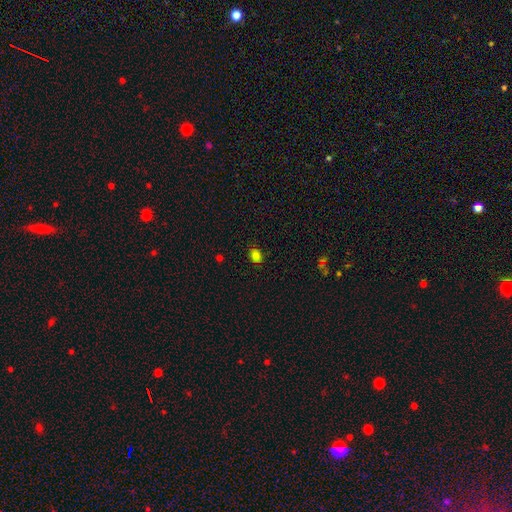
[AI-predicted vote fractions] Q: Smooth or featured?
A: smooth (82%); runner-up: star or artifact (13%)
Q: How rounded?
A: in between (64%); runner-up: round (35%)
Q: Merging?
A: none (85%); runner-up: minor disturbance (11%)